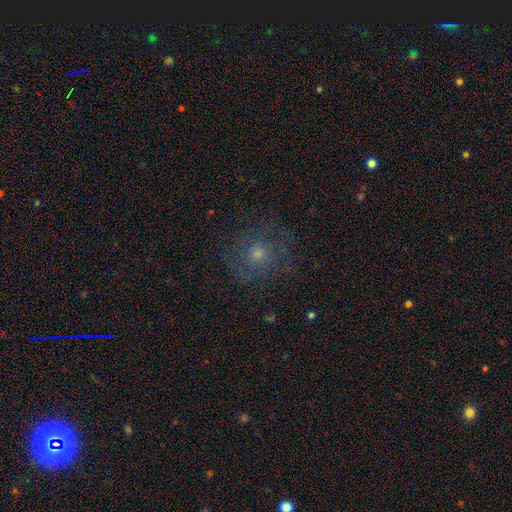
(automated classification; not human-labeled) Overall: smooth (37%, tied with featured or disk). Merging: none (77%).